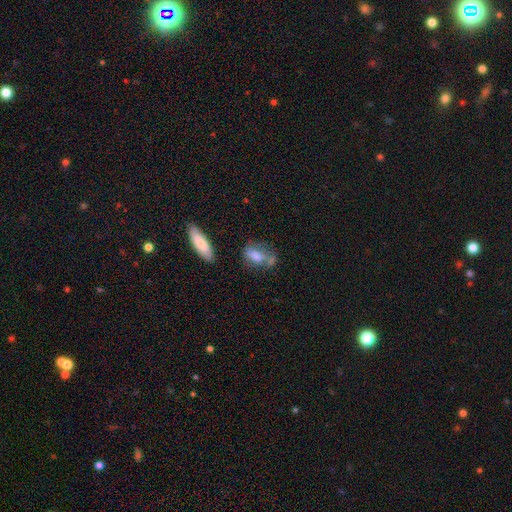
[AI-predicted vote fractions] This appears to be a smooth galaxy with no disk features (64%) that is in between round and cigar-shaped (78%). Merging: none (45%).